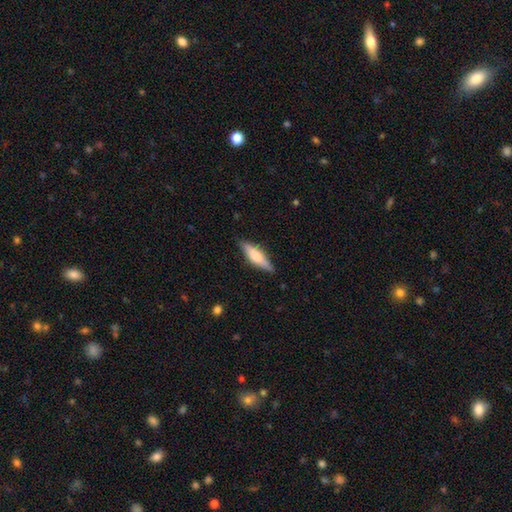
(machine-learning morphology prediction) Smooth or featured? smooth (53%)
How rounded? cigar-shaped (64%)
Merging? none (86%)